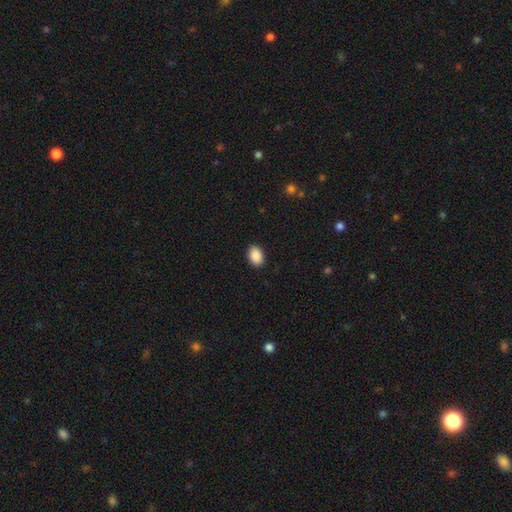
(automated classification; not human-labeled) Smooth or featured?
  - smooth: 90% *
  - star or artifact: 7%
  - featured or disk: 3%
How rounded?
  - in between: 83% *
  - round: 16%
  - cigar-shaped: 1%
Merging?
  - none: 90% *
  - minor disturbance: 7%
  - major disturbance: 2%
  - merger: 1%